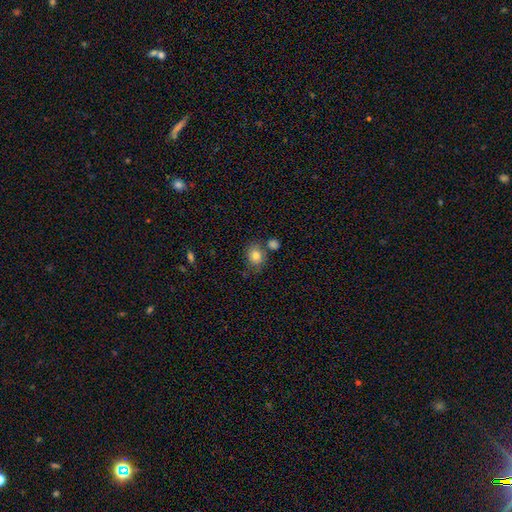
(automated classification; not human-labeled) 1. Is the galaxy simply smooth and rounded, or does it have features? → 82% smooth, 9% star or artifact, 9% featured or disk.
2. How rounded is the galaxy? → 59% round, 41% in between, 1% cigar-shaped.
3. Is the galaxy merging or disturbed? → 65% none, 15% merger, 15% minor disturbance, 5% major disturbance.